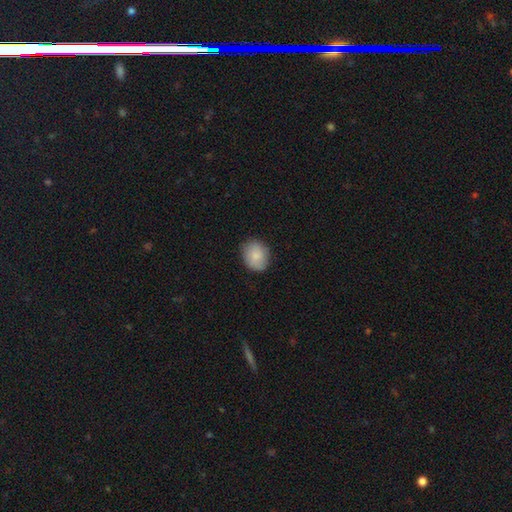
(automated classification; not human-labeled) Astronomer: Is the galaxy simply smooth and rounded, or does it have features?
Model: smooth — 85%.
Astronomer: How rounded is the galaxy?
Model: round — 57% (runner-up: in between, 42%).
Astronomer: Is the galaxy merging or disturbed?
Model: none — 82%.